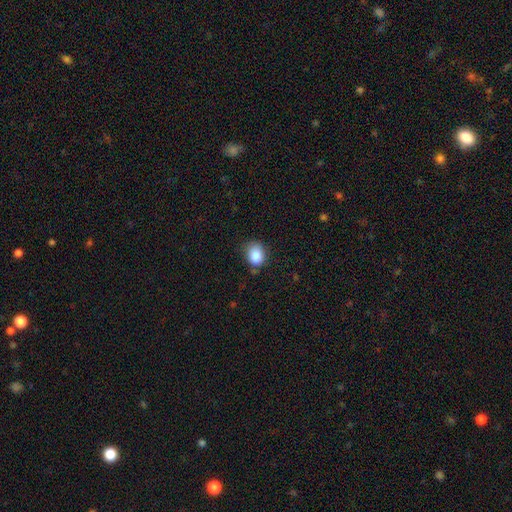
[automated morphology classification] smooth_or_featured: smooth (p=0.86) [alt: star or artifact p=0.09]
how_rounded: round (p=0.52) [alt: in between p=0.47]
merging: none (p=0.69) [alt: minor disturbance p=0.23]